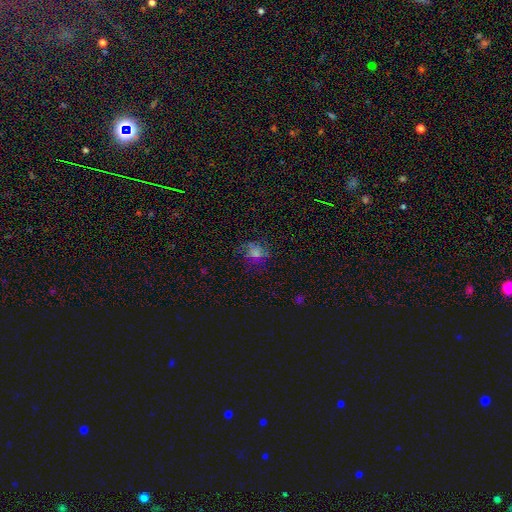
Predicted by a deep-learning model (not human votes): smooth_or_featured: smooth (p=0.62) [alt: star or artifact p=0.20]
how_rounded: round (p=0.67) [alt: in between p=0.32]
merging: none (p=0.61) [alt: minor disturbance p=0.21]